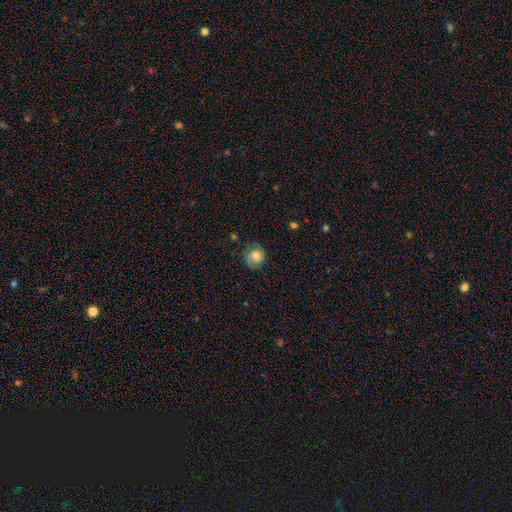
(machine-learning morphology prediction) A smooth galaxy with no disk features (62%) that is round (81%).

Vote fractions:
- Smooth or featured? smooth: 62% / featured or disk: 29% / star or artifact: 9%
- How rounded? round: 81% / in between: 18% / cigar-shaped: 1%
- Merging? none: 69% / minor disturbance: 22% / major disturbance: 8% / merger: 1%